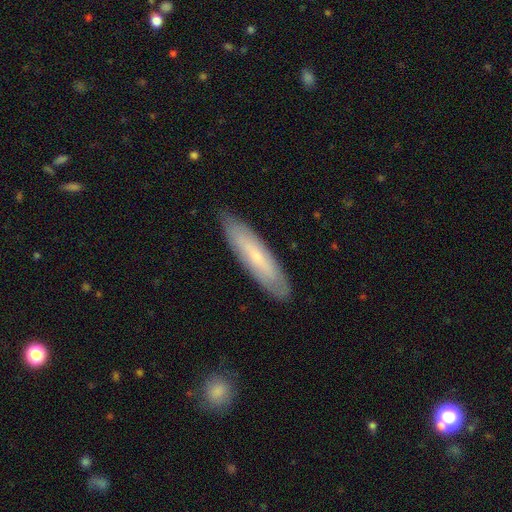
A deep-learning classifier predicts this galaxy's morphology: type=smooth (53%); roundness=cigar-shaped (73%); merging=none (86%).